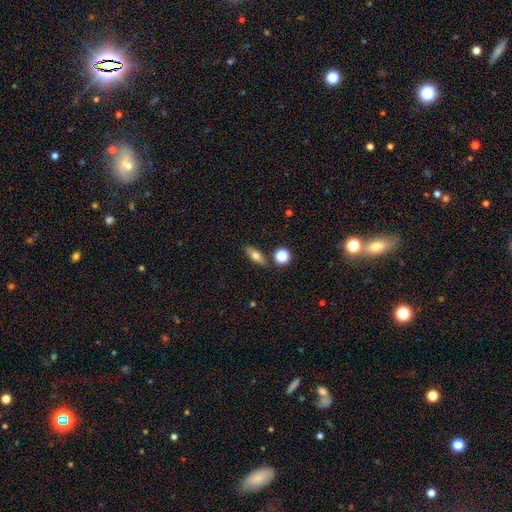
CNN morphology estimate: Smooth or featured?
  - smooth: 63% *
  - featured or disk: 27%
  - star or artifact: 9%
How rounded?
  - in between: 61% *
  - cigar-shaped: 31%
  - round: 7%
Merging?
  - none: 82% *
  - minor disturbance: 10%
  - merger: 6%
  - major disturbance: 3%